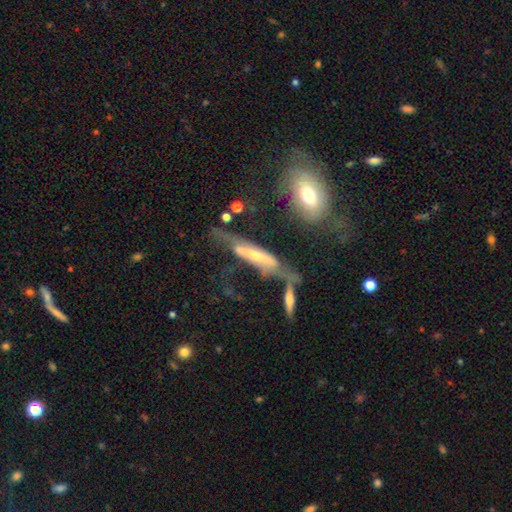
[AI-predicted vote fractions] Smooth or featured? Predicted: featured or disk (p=0.65). Edge-on disk? Predicted: yes (p=0.65). Merging? Predicted: none (p=0.31).